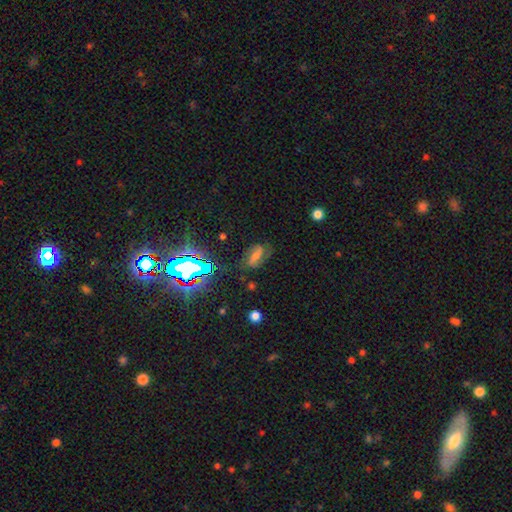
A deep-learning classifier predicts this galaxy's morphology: Overall: featured or disk (39%; smooth 32%). Merging: none (68%).